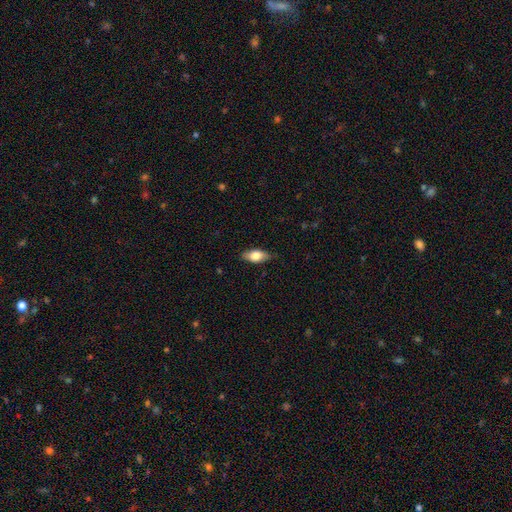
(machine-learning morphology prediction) A smooth galaxy with no disk features (74%) that is in between round and cigar-shaped (86%). Merging: none (83%).